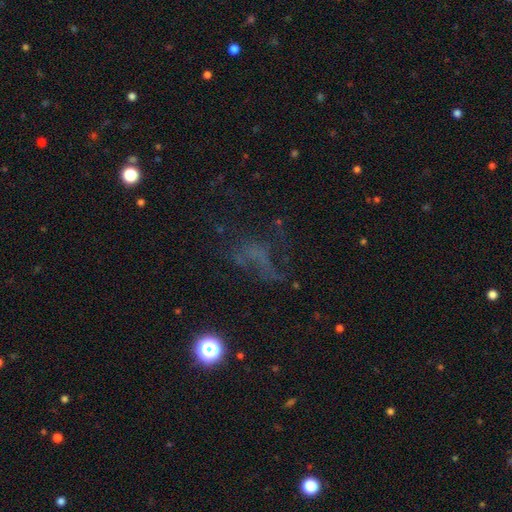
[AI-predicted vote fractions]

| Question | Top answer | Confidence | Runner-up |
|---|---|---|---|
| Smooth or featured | star or artifact | 39% | featured or disk (36%) |